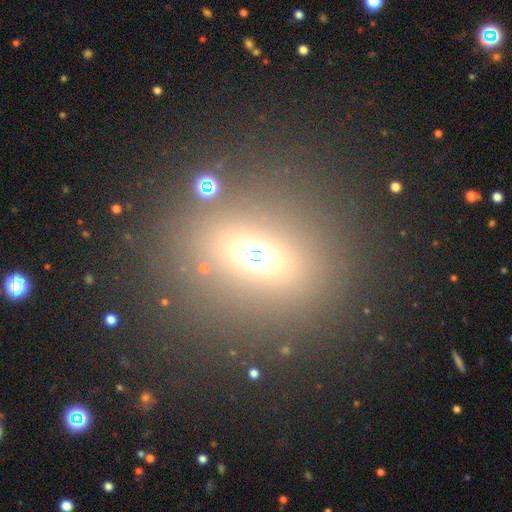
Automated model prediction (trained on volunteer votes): Q: Smooth or featured?
A: smooth (54%); runner-up: star or artifact (31%)
Q: How rounded?
A: round (57%); runner-up: in between (40%)
Q: Merging?
A: none (77%); runner-up: minor disturbance (9%)